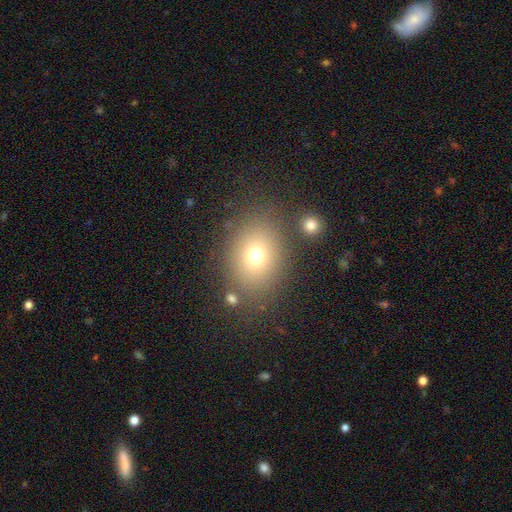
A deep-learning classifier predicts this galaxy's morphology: The model was most divided on "how rounded": in between: 56%, round: 43%, cigar-shaped: 1%. More confident: merging — none (79%); smooth or featured — smooth (72%).